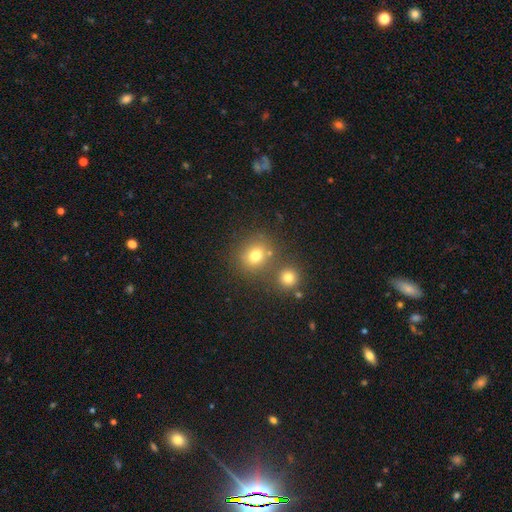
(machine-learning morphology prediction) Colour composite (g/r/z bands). It shows a smooth galaxy with no disk features (75%) that is round (79%). Merging: none (67%).